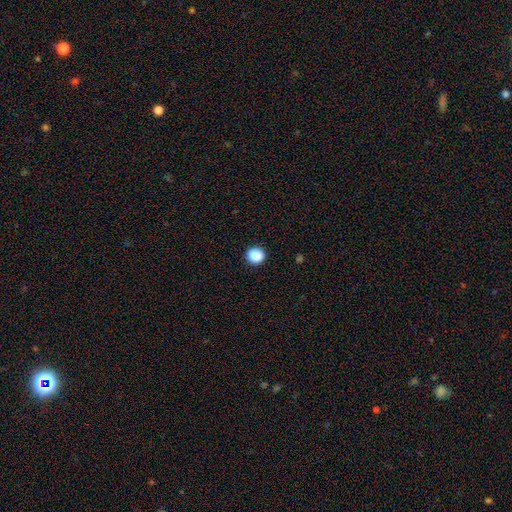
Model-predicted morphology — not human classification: type=smooth (88%); roundness=round (85%); merging=none (91%).